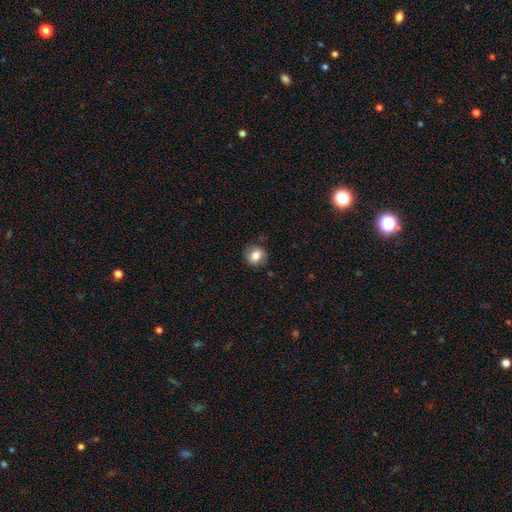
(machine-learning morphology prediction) Smooth or featured: smooth — 79% (featured or disk — 11%)
How rounded: round — 78% (in between — 21%)
Merging: none — 83% (minor disturbance — 13%)